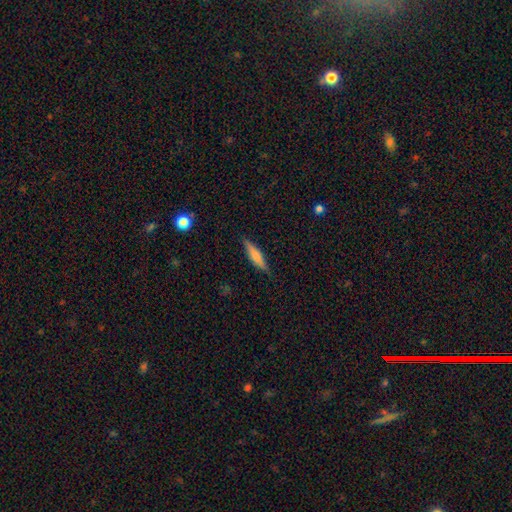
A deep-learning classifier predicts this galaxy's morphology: A smooth galaxy with no disk features (61%) that is cigar-shaped (81%). Merging: none (87%).